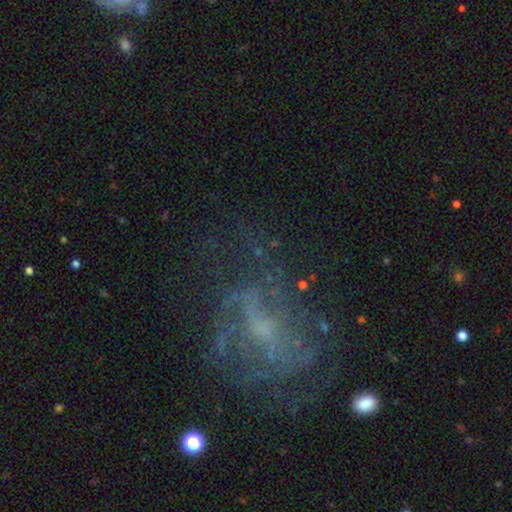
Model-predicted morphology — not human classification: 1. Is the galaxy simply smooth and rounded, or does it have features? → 70% featured or disk, 15% smooth, 15% star or artifact.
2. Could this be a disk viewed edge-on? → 96% no, 4% yes.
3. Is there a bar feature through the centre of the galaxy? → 50% no, 40% weak, 10% strong.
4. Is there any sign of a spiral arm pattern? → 63% yes, 37% no.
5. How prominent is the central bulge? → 46% small, 27% none, 23% moderate, 3% large, 1% dominant.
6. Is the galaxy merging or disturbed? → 54% none, 26% major disturbance, 18% minor disturbance, 3% merger.